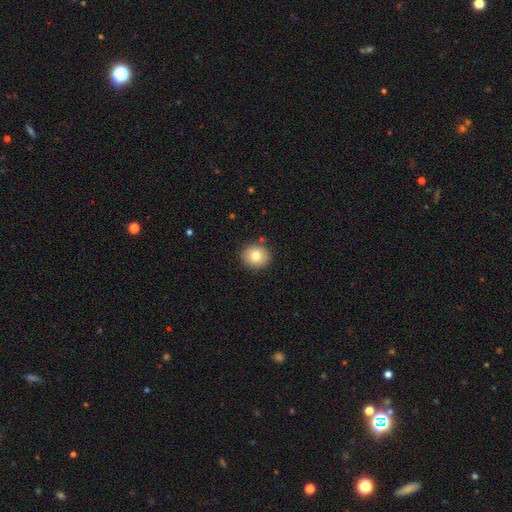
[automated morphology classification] This appears to be a smooth galaxy with no disk features (78%) that is round (84%). Merging: none (88%).